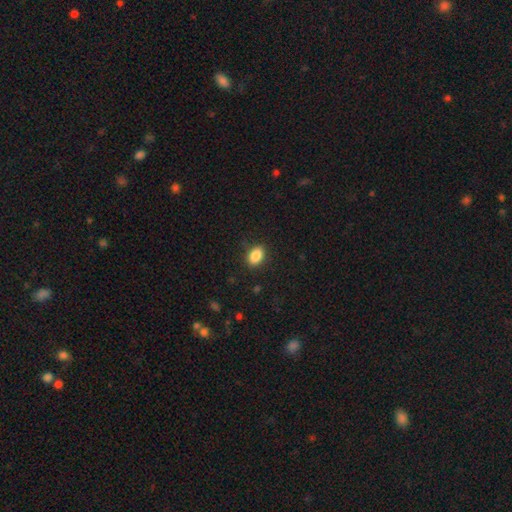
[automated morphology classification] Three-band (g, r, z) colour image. It shows a smooth galaxy with no disk features (88%) that is in between round and cigar-shaped (84%). Merging: none (88%).